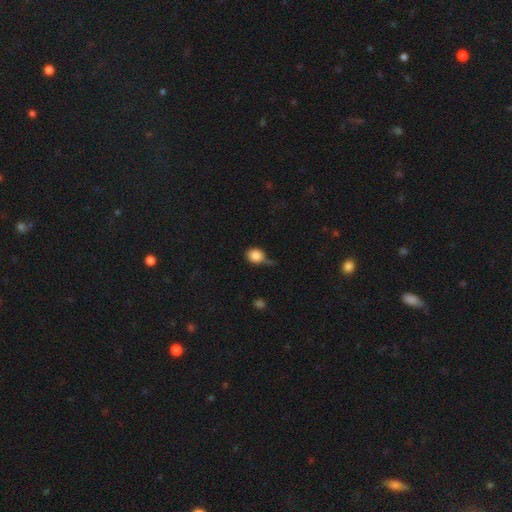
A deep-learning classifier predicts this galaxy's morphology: smooth 84%, star or artifact 9%, featured or disk 7%. Down the decision tree: how rounded — round (70%); merging — none (48%).